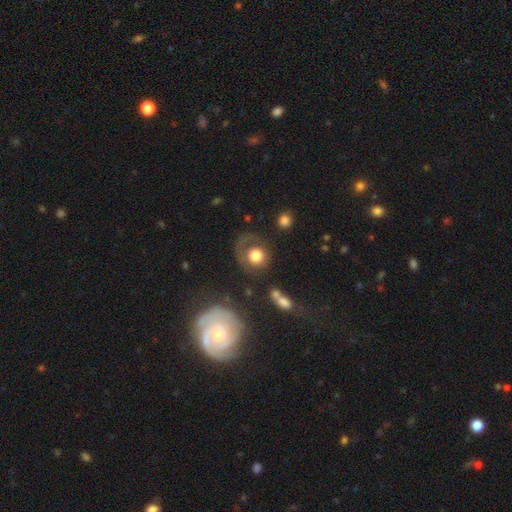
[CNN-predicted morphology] Smooth or featured?
  - smooth: 65% *
  - featured or disk: 26%
  - star or artifact: 10%
How rounded?
  - round: 78% *
  - in between: 21%
  - cigar-shaped: 1%
Merging?
  - none: 51% *
  - major disturbance: 25%
  - minor disturbance: 19%
  - merger: 5%